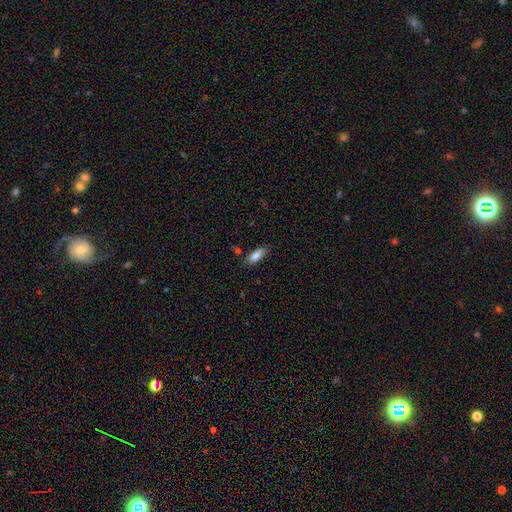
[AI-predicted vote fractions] Overall: smooth (83%). How rounded: in between (74%). Merging: none (76%).